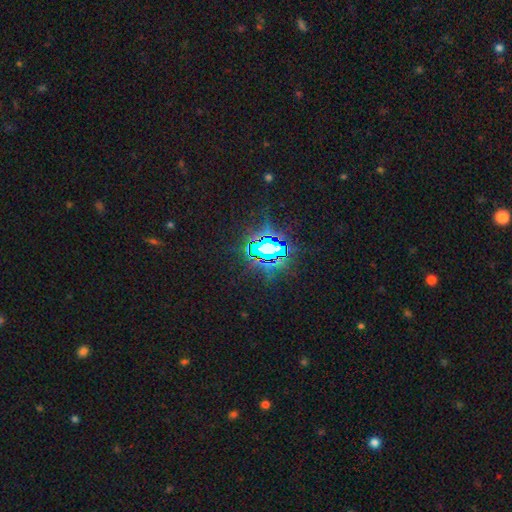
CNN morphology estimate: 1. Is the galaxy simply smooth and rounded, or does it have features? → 82% star or artifact, 10% smooth, 8% featured or disk.